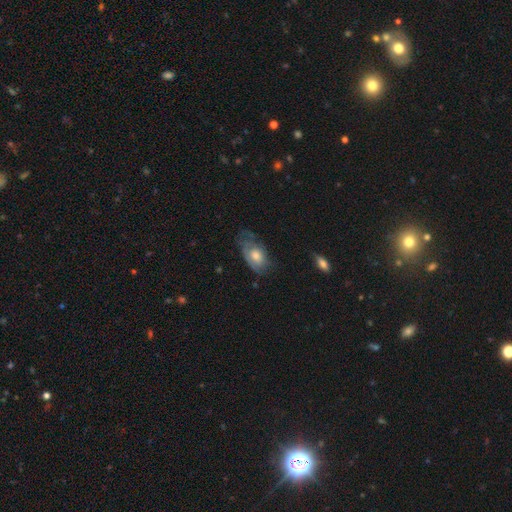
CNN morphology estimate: This appears to be a smooth galaxy with no disk features (49%). Merging: none (45%).